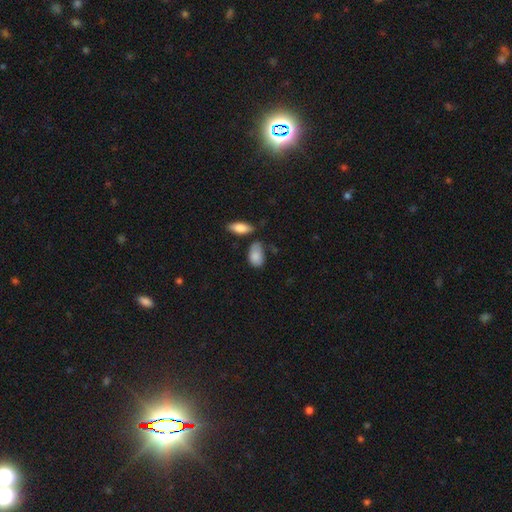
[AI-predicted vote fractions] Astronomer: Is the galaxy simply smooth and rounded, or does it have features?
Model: smooth — 85%.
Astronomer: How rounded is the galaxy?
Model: in between — 90%.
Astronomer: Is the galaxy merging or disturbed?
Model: none — 47% (runner-up: minor disturbance, 34%).